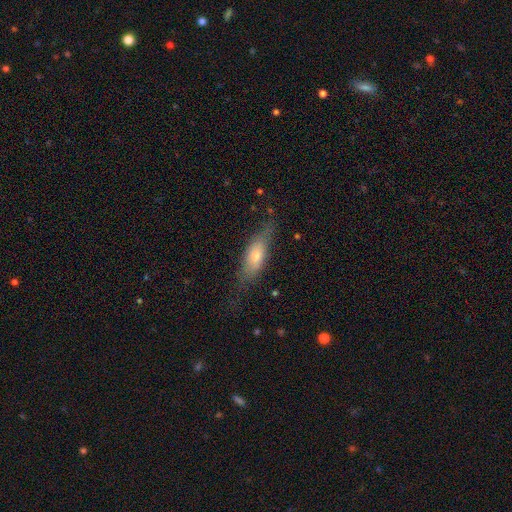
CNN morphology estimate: Overall: smooth (61%; featured or disk 31%). How rounded: in between (54%; cigar-shaped 43%). Merging: none (63%; minor disturbance 25%).